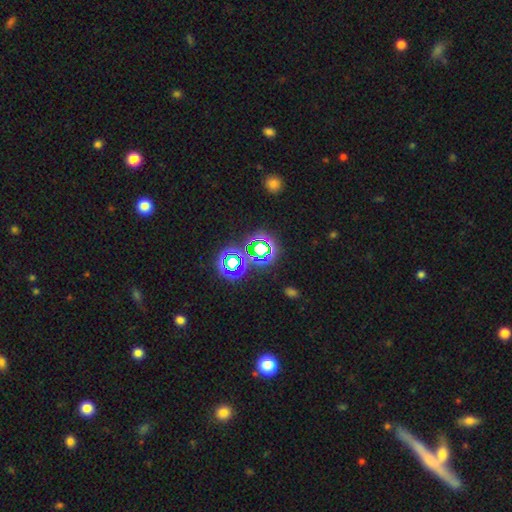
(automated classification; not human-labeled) The model was most divided on "smooth or featured": star or artifact: 68%, smooth: 24%, featured or disk: 8%.